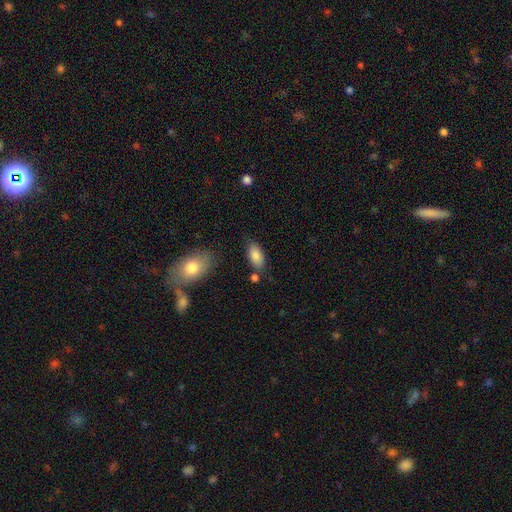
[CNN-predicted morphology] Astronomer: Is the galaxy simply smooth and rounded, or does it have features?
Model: smooth — 85%.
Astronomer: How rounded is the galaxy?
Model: in between — 91%.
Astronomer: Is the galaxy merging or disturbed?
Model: none — 75%.